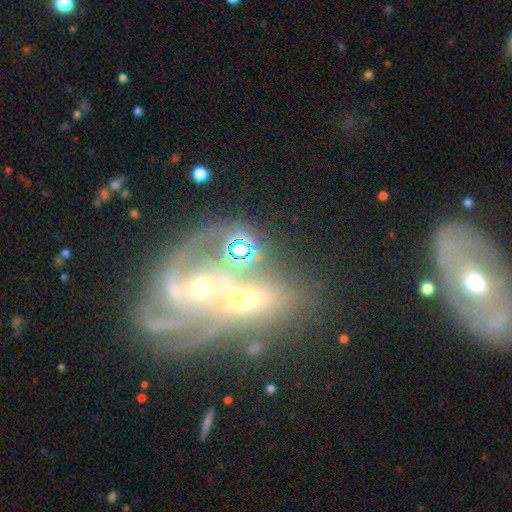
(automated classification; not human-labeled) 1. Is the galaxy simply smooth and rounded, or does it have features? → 67% featured or disk, 17% star or artifact, 16% smooth.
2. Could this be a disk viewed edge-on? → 94% no, 6% yes.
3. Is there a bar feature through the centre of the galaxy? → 64% no, 24% weak, 12% strong.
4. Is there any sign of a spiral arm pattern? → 80% yes, 20% no.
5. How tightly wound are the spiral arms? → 41% medium, 33% tight, 26% loose.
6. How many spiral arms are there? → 32% 3, 25% can't tell, 20% 2, 11% 4, 6% 1, 6% more than 4.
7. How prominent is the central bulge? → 47% small, 39% moderate, 7% none, 5% large, 2% dominant.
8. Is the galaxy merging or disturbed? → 45% merger, 28% none, 16% major disturbance, 11% minor disturbance.